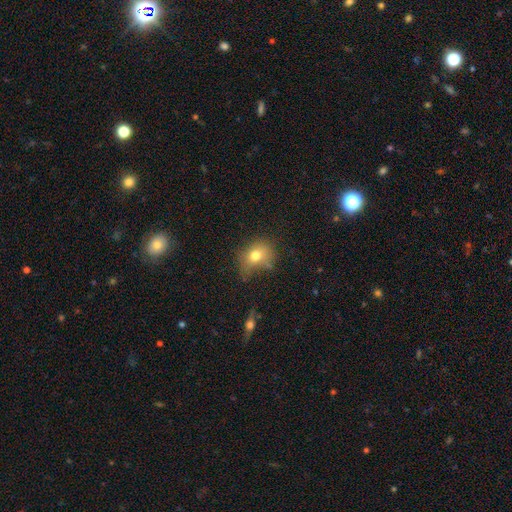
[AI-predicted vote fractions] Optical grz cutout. It shows a smooth galaxy with no disk features (73%) that is round (53%). Merging: none (51%).